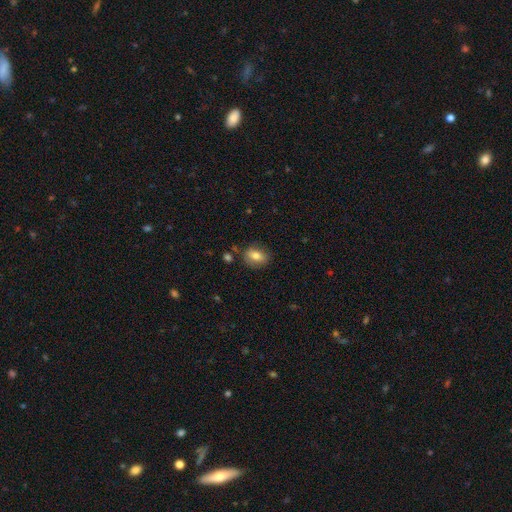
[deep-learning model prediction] Q: Smooth or featured?
A: smooth (76%); runner-up: featured or disk (15%)
Q: How rounded?
A: in between (67%); runner-up: round (31%)
Q: Merging?
A: none (78%); runner-up: minor disturbance (15%)